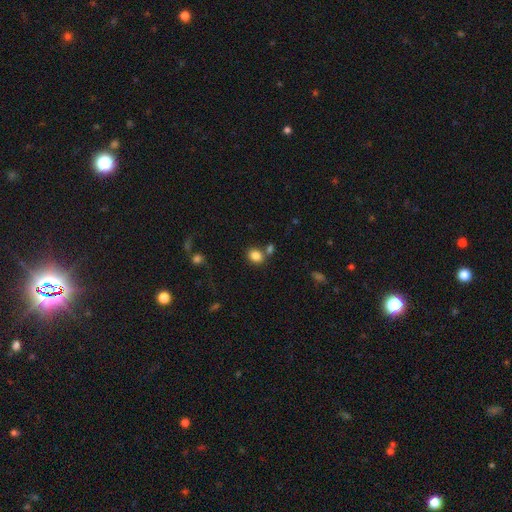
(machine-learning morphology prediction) Overall: smooth (84%). How rounded: in between (55%; round 44%). Merging: none (68%).